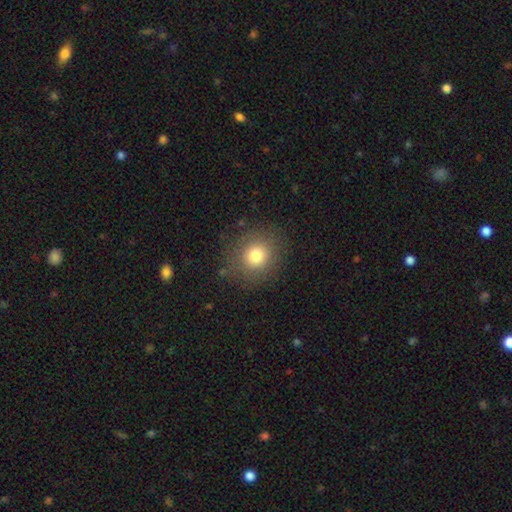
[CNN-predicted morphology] Smooth or featured: smooth — 78% (star or artifact — 12%)
How rounded: round — 87% (in between — 12%)
Merging: none — 85% (minor disturbance — 9%)